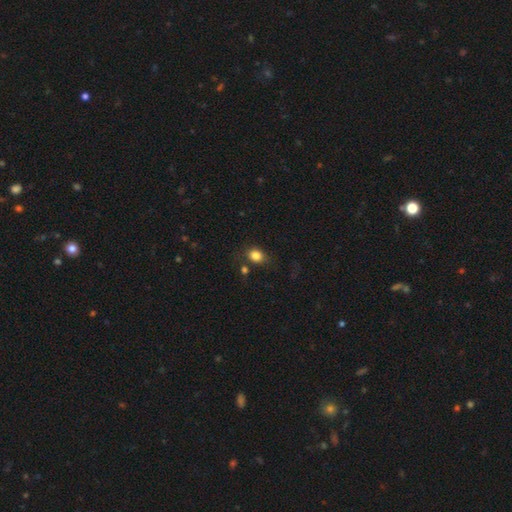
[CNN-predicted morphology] A smooth galaxy with no disk features (83%) that is in between round and cigar-shaped (51%).

Vote fractions:
- Smooth or featured? smooth: 83% / star or artifact: 11% / featured or disk: 6%
- How rounded? in between: 51% / round: 48% / cigar-shaped: 1%
- Merging? none: 70% / minor disturbance: 17% / major disturbance: 7% / merger: 6%